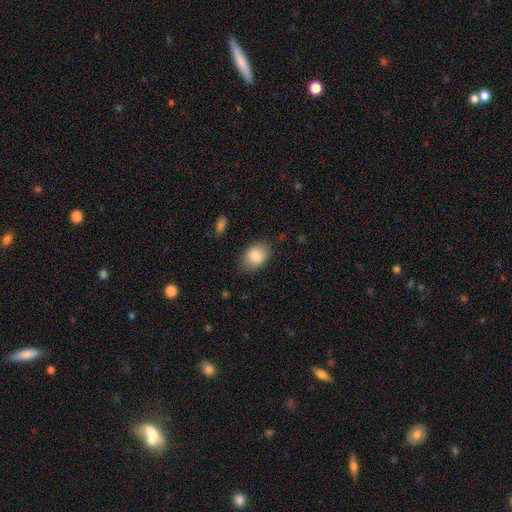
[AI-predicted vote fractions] smooth_or_featured: smooth (p=0.84) [alt: featured or disk p=0.08]
how_rounded: in between (p=0.74) [alt: round p=0.25]
merging: none (p=0.81) [alt: minor disturbance p=0.14]